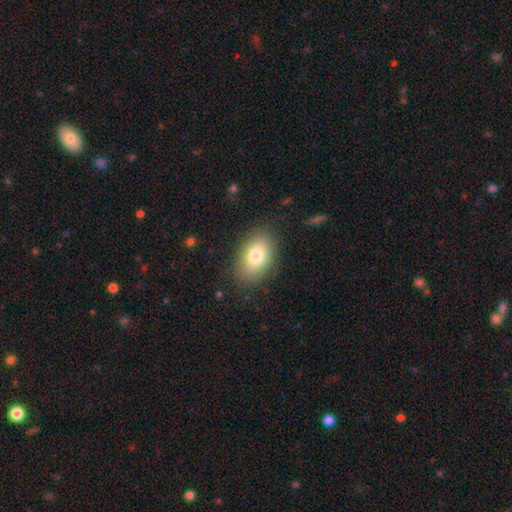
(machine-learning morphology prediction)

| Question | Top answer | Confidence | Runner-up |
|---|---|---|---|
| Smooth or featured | smooth | 79% | featured or disk (13%) |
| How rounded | in between | 88% | round (11%) |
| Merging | none | 85% | minor disturbance (11%) |